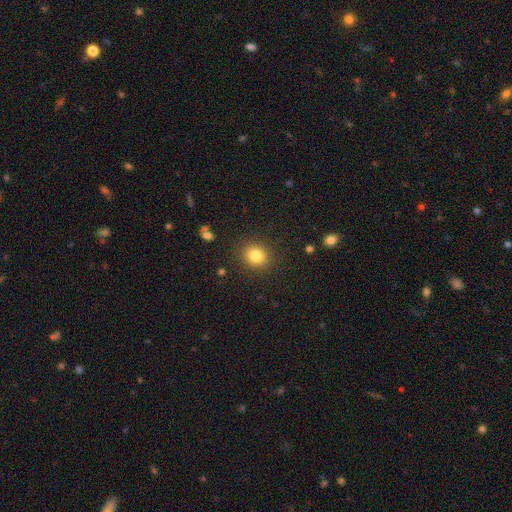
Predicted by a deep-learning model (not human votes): smooth_or_featured: smooth (p=0.83) [alt: star or artifact p=0.11]
how_rounded: round (p=0.78) [alt: in between p=0.21]
merging: none (p=0.89) [alt: minor disturbance p=0.07]